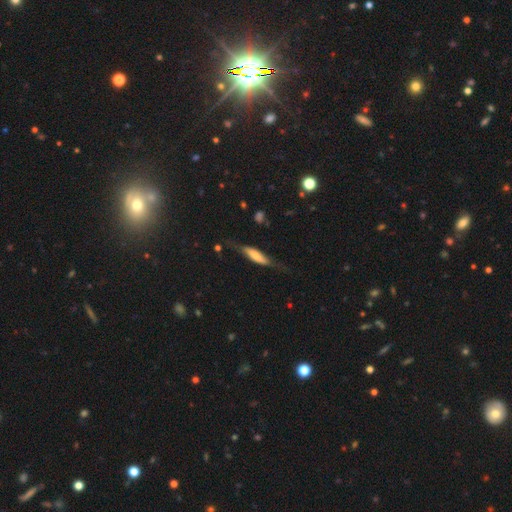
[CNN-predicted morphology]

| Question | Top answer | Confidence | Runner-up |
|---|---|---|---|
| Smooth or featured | smooth | 51% | featured or disk (42%) |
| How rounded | cigar-shaped | 68% | in between (29%) |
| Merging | none | 56% | minor disturbance (25%) |